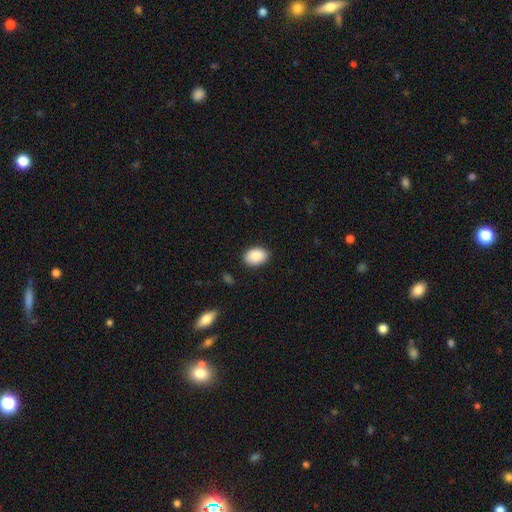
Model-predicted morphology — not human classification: Q: Smooth or featured?
A: smooth (90%); runner-up: star or artifact (7%)
Q: How rounded?
A: in between (83%); runner-up: round (16%)
Q: Merging?
A: none (86%); runner-up: minor disturbance (10%)